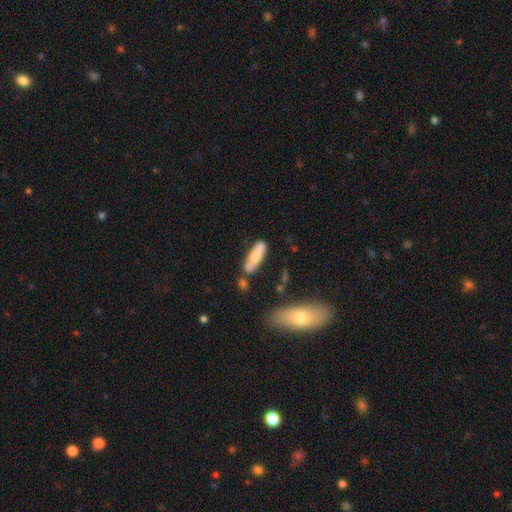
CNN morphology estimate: A smooth galaxy with no disk features (71%) that is cigar-shaped (64%). Merging: none (66%).